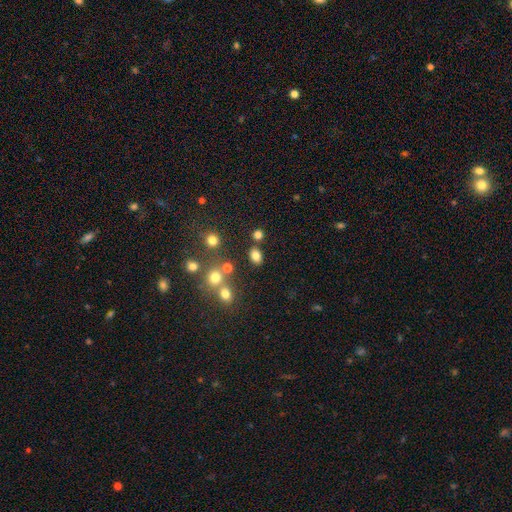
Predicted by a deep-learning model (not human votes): This is likely a smooth galaxy (80%). How rounded: likely in between (75%). Merging: likely none (77%).